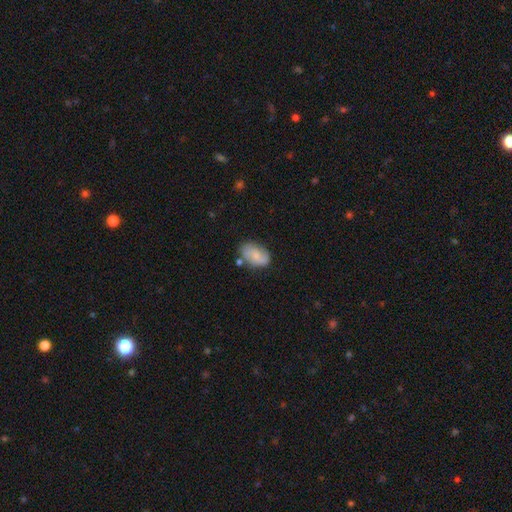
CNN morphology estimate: smooth_or_featured: smooth (p=0.52) [alt: featured or disk p=0.40]
how_rounded: in between (p=0.88) [alt: round p=0.10]
merging: none (p=0.63) [alt: minor disturbance p=0.23]